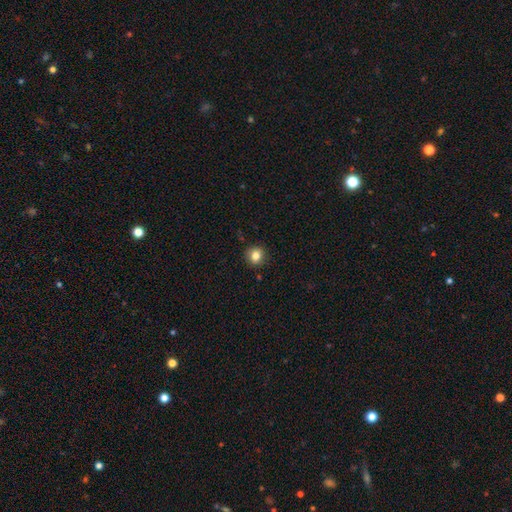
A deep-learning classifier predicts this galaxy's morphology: type=smooth (82%); roundness=round (90%); merging=none (91%).